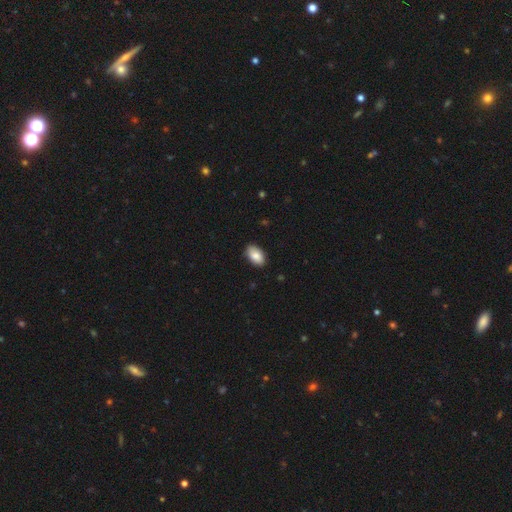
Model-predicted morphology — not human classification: Smooth or featured? smooth (87%)
How rounded? in between (94%)
Merging? none (86%)